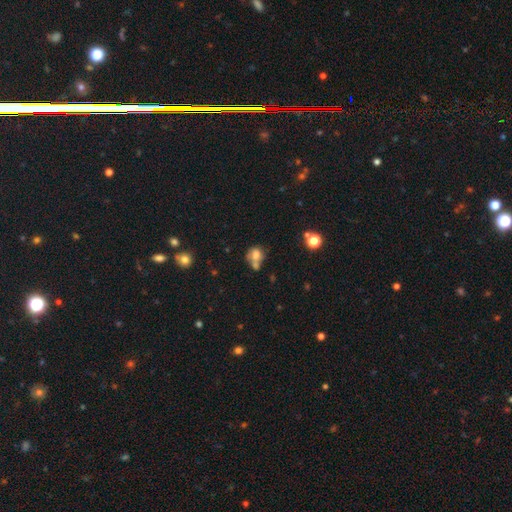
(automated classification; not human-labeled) Smooth or featured? Predicted: smooth (p=0.72). How rounded? Predicted: round (p=0.65). Merging? Predicted: merger (p=0.44).